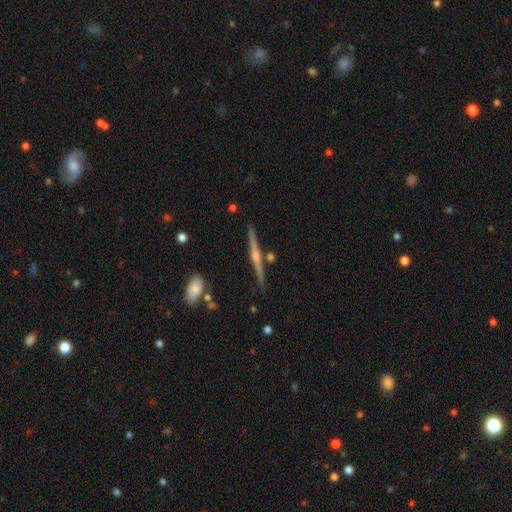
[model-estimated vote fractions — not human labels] Smooth or featured? Predicted: featured or disk (p=0.75). Edge-on disk? Predicted: yes (p=0.98). Edge-on bulge? Predicted: rounded (p=0.75). Merging? Predicted: none (p=0.87).